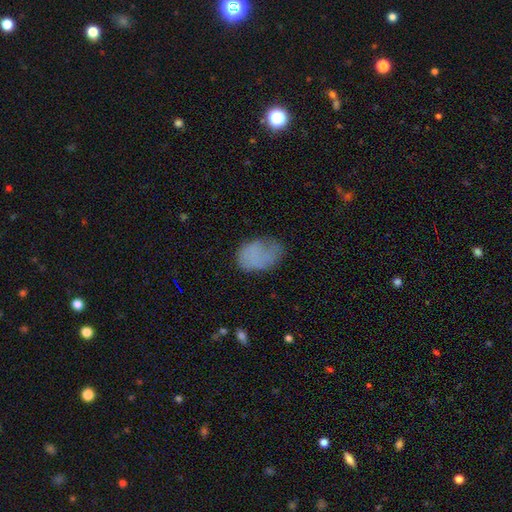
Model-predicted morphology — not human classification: The model was most divided on "merging": none: 41%, minor disturbance: 33%, major disturbance: 23%, merger: 3%. More confident: how rounded — in between (85%); smooth or featured — smooth (72%).